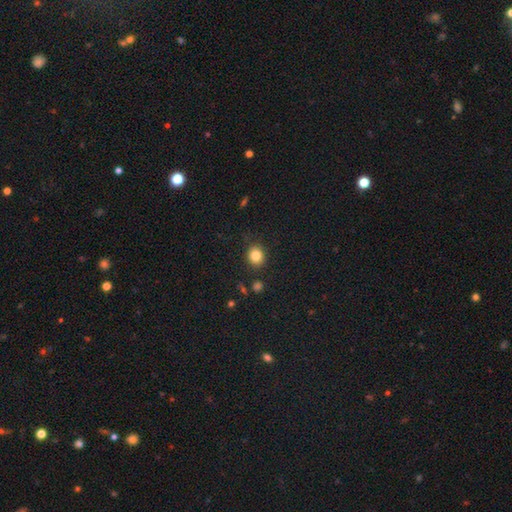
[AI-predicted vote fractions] Overall: smooth (83%). How rounded: round (75%). Merging: none (86%).